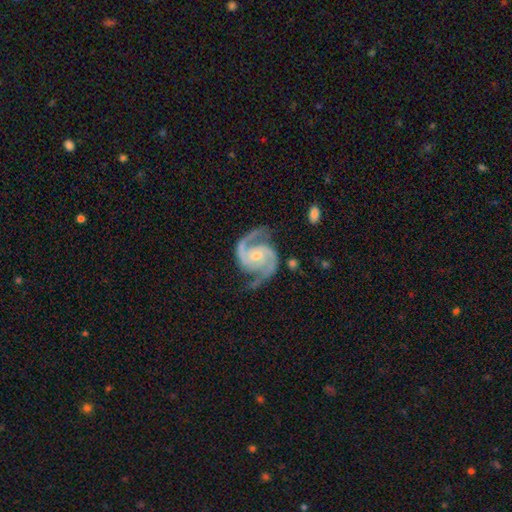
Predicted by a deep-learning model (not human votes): This is clearly a featured or disk galaxy (94%). It is clearly not viewed edge-on (98%). Bar: possibly no (55%). Spiral arm pattern: clearly yes (99%). Spiral arm count: clearly 2 (91%). Spiral winding: likely medium (61%). Central bulge: likely small (62%). Merging: likely none (77%).